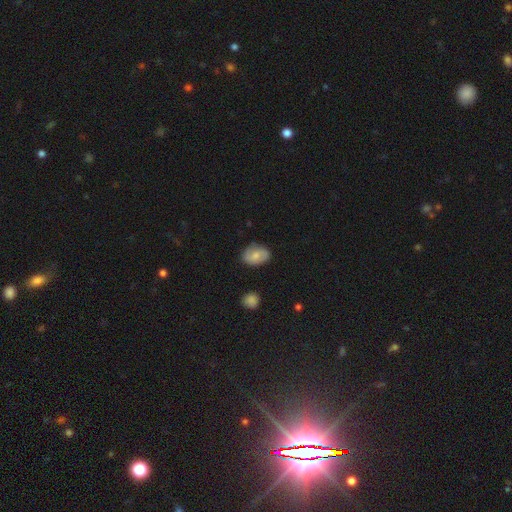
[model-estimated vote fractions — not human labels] The model was most divided on "smooth or featured": smooth: 61%, featured or disk: 31%, star or artifact: 7%. More confident: how rounded — in between (79%); merging — none (76%).